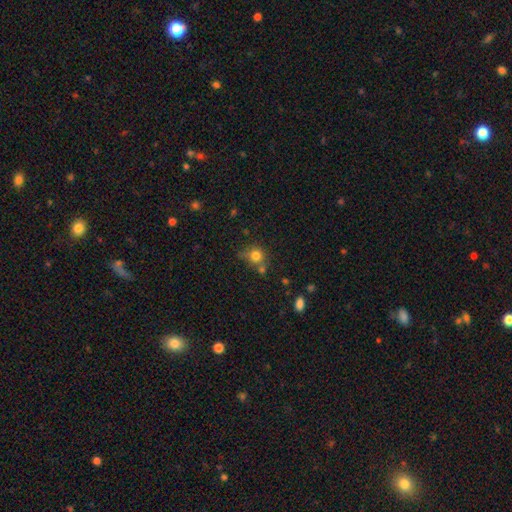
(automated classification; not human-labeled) A smooth galaxy with no disk features (79%) that is round (85%). Merging: none (55%).